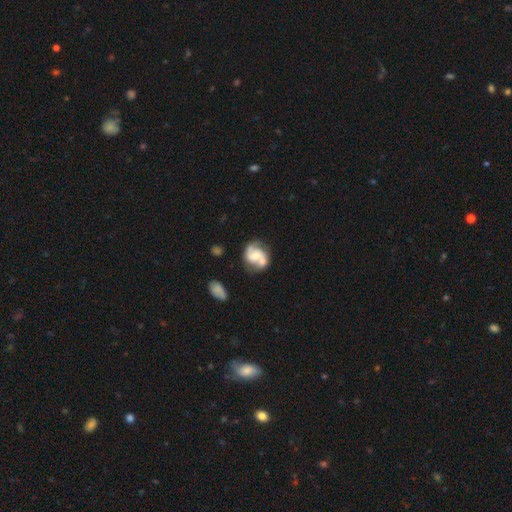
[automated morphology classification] Smooth or featured? featured or disk (72%)
Edge-on disk? no (98%)
Bar? no (54%)
Spiral arms? yes (87%)
Spiral winding? medium (48%)
Spiral arm count? 2 (85%)
Bulge size? moderate (55%)
Merging? none (49%)